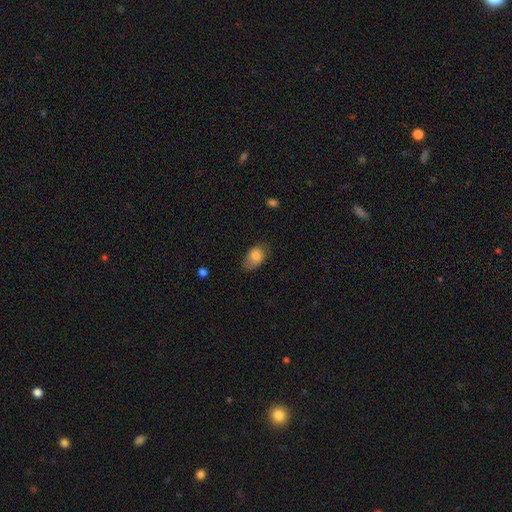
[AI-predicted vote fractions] smooth-or-featured: smooth: 83% | featured or disk: 9% | star or artifact: 8%
  how-rounded: in between: 87% | round: 12% | cigar-shaped: 2%
  merging: none: 59% | minor disturbance: 31% | major disturbance: 9% | merger: 2%